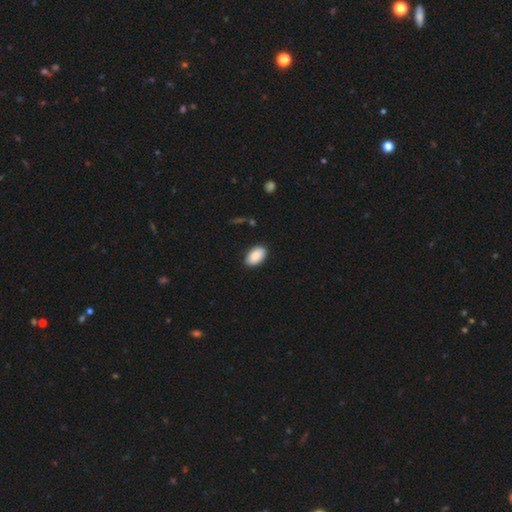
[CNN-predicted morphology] Q: Smooth or featured?
A: smooth (89%); runner-up: star or artifact (6%)
Q: How rounded?
A: in between (94%); runner-up: round (4%)
Q: Merging?
A: none (88%); runner-up: minor disturbance (9%)